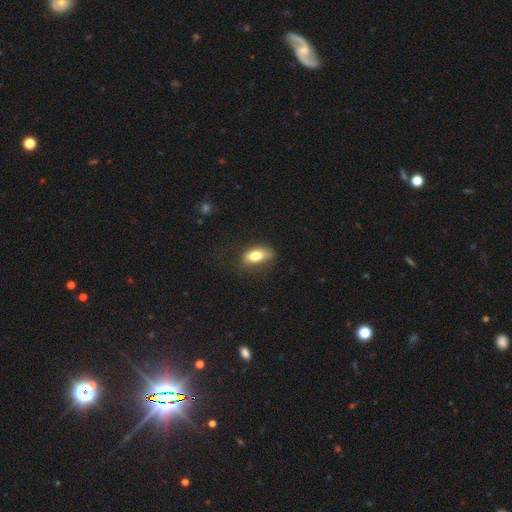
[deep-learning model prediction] smooth-or-featured: smooth: 75% | featured or disk: 17% | star or artifact: 8%
  how-rounded: in between: 86% | cigar-shaped: 8% | round: 6%
  merging: none: 64% | minor disturbance: 24% | major disturbance: 10% | merger: 2%